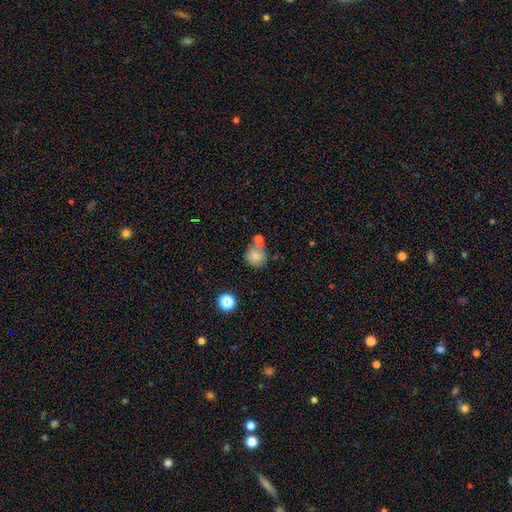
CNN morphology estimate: This is likely a smooth galaxy (75%). How rounded: clearly round (85%). Merging: possibly none (50%).